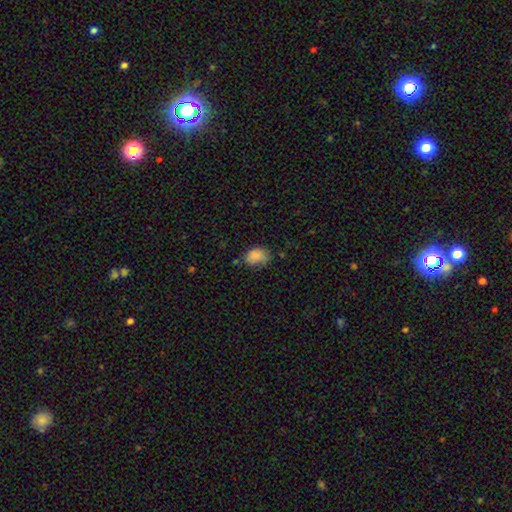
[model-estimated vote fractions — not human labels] smooth-or-featured: smooth: 85% | star or artifact: 9% | featured or disk: 6%
  how-rounded: in between: 70% | round: 29% | cigar-shaped: 1%
  merging: none: 58% | minor disturbance: 31% | major disturbance: 8% | merger: 4%